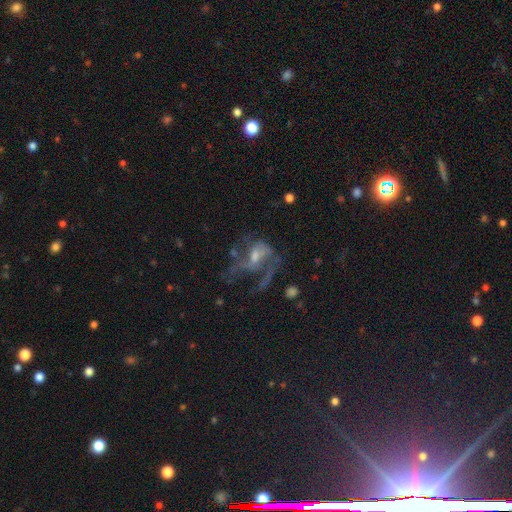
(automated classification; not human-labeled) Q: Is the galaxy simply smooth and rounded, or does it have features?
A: featured or disk — 73%.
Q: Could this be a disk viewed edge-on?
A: no — 97%.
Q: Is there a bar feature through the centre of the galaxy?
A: no — 50%.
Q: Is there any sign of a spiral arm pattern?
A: yes — 73%.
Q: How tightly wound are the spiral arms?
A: loose — 48%.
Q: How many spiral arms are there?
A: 2 — 31%.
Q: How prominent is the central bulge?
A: moderate — 44%.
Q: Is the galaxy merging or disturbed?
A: major disturbance — 48%.